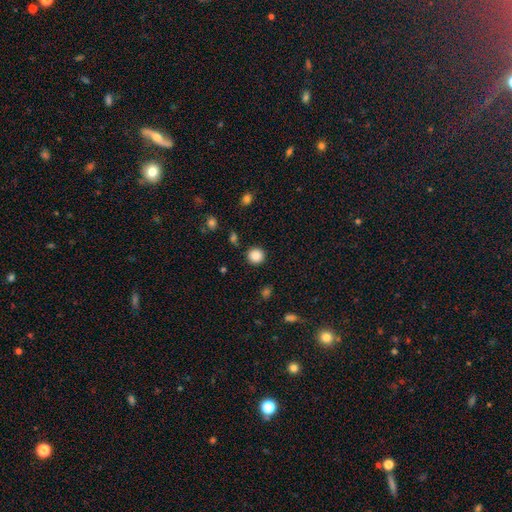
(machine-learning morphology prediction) Smooth or featured? smooth (87%)
How rounded? round (94%)
Merging? none (90%)